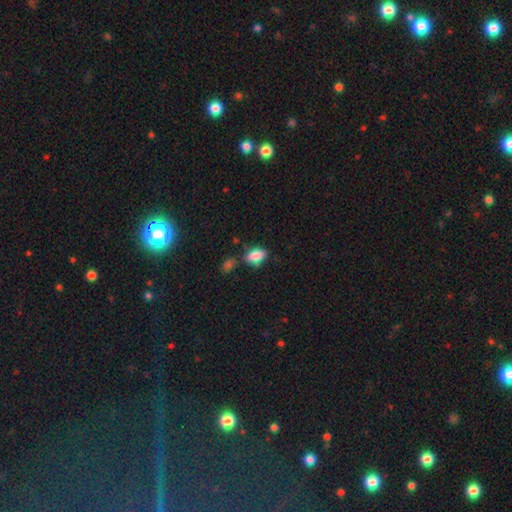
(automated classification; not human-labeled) Smooth or featured? smooth (85%)
How rounded? in between (89%)
Merging? none (63%)